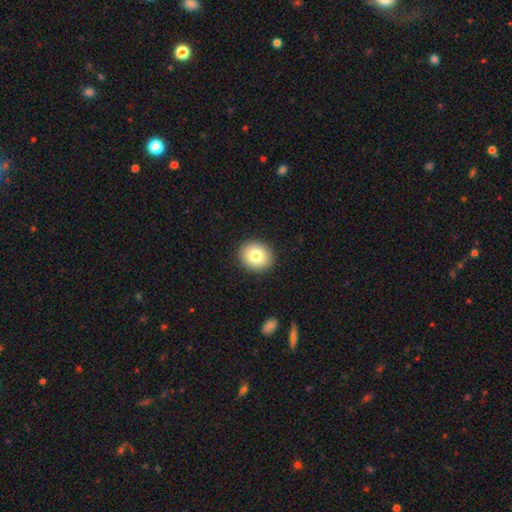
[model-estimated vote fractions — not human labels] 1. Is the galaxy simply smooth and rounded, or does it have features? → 81% smooth, 10% featured or disk, 9% star or artifact.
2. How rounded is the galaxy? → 72% round, 27% in between, 1% cigar-shaped.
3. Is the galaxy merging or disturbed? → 91% none, 6% minor disturbance, 2% major disturbance, 1% merger.